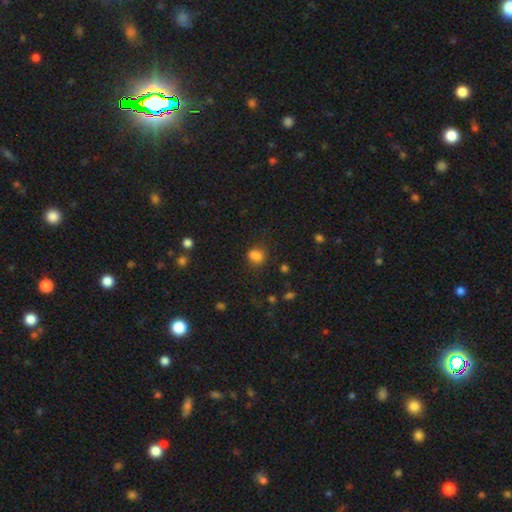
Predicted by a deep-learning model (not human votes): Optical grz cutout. It shows a smooth galaxy with no disk features (77%) that is round (55%). Merging: none (57%).